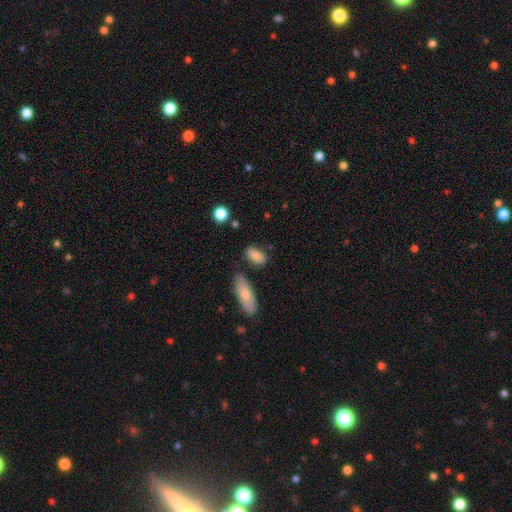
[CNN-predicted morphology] Q: Smooth or featured?
A: smooth (81%); runner-up: featured or disk (12%)
Q: How rounded?
A: in between (87%); runner-up: round (7%)
Q: Merging?
A: none (70%); runner-up: minor disturbance (18%)